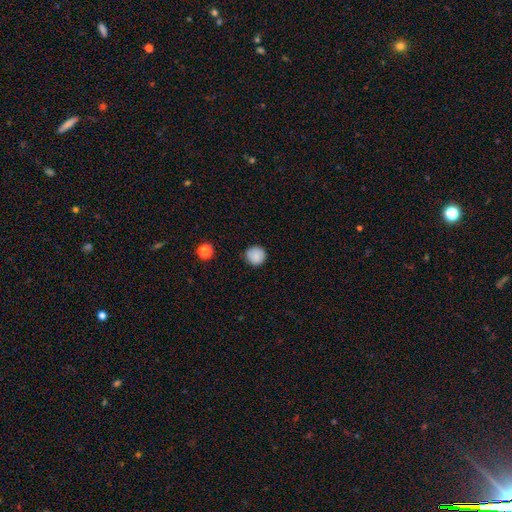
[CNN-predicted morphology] smooth-or-featured: smooth: 85% | star or artifact: 9% | featured or disk: 6%
  how-rounded: round: 94% | in between: 5% | cigar-shaped: 1%
  merging: none: 85% | minor disturbance: 11% | major disturbance: 2% | merger: 1%